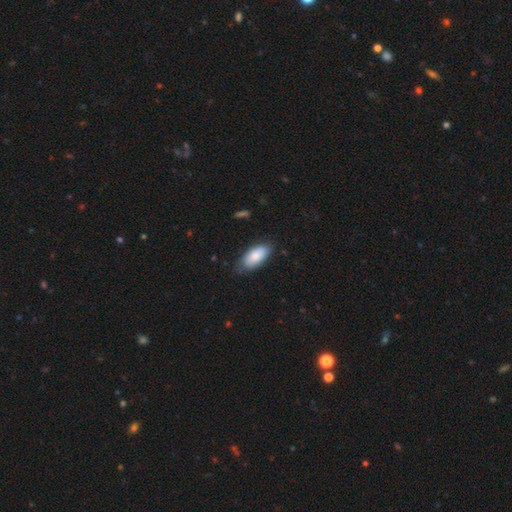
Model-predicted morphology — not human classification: type=smooth (82%); roundness=in between (91%); merging=none (73%).